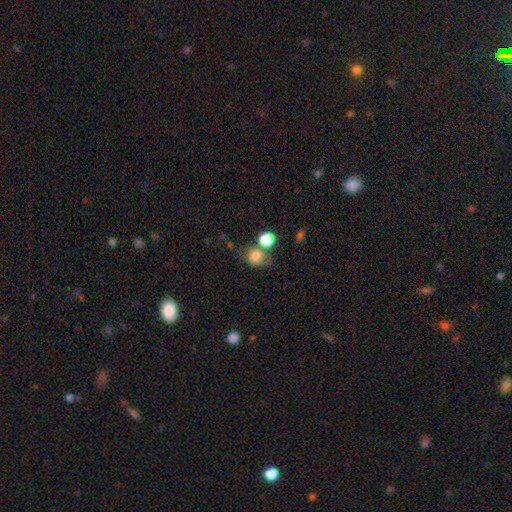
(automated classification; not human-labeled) Smooth or featured? Predicted: smooth (p=0.78). How rounded? Predicted: round (p=0.75). Merging? Predicted: none (p=0.48).